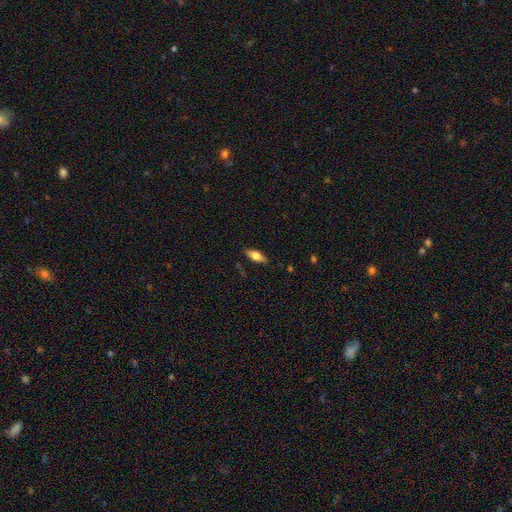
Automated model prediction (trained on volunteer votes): Q: Smooth or featured?
A: smooth (69%); runner-up: featured or disk (24%)
Q: How rounded?
A: in between (76%); runner-up: cigar-shaped (22%)
Q: Merging?
A: none (85%); runner-up: minor disturbance (11%)